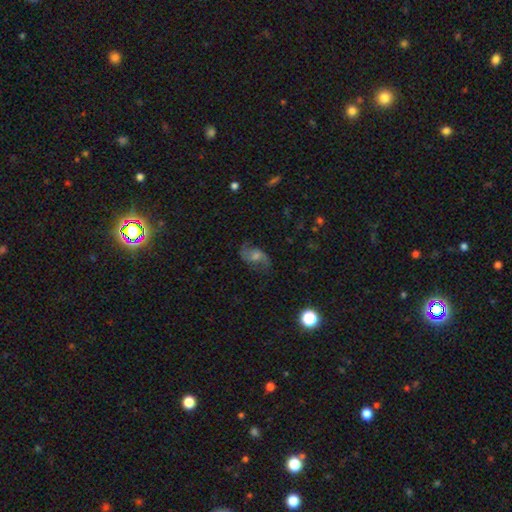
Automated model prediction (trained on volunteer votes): Smooth or featured: featured or disk — 67% (smooth — 20%)
Edge-on disk: no — 96% (yes — 4%)
Bar: no — 52% (weak — 38%)
Spiral arms: yes — 91% (no — 9%)
Spiral winding: loose — 59% (medium — 33%)
Spiral arm count: 2 — 89% (can't tell — 5%)
Bulge size: moderate — 50% (small — 30%)
Merging: none — 72% (minor disturbance — 17%)